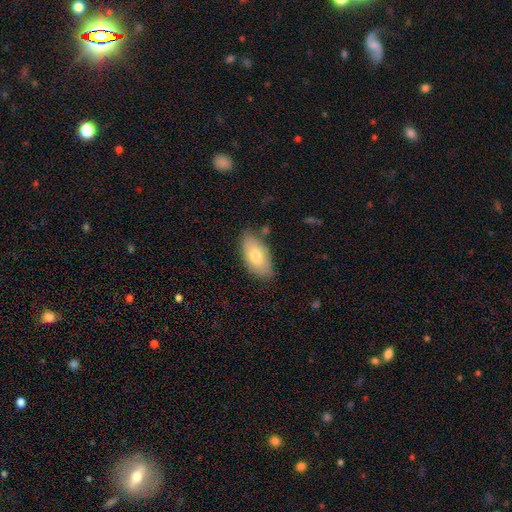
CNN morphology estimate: type=smooth (73%); roundness=in between (93%); merging=none (79%).